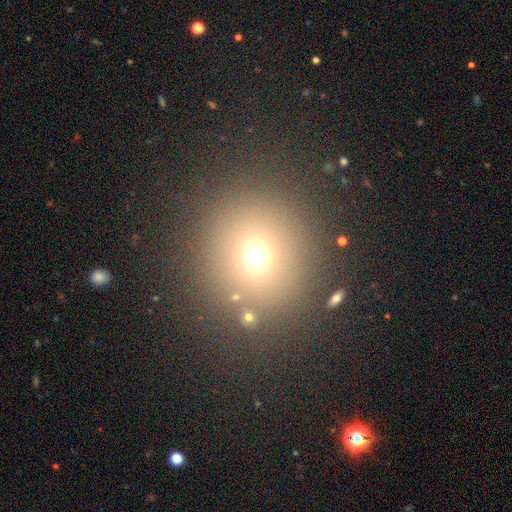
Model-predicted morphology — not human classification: A smooth galaxy with no disk features (66%) that is round (89%). Merging: none (85%).